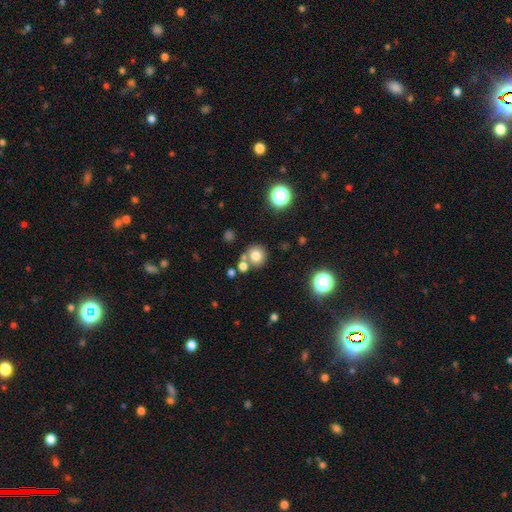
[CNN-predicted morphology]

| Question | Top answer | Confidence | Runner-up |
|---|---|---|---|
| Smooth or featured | smooth | 76% | star or artifact (15%) |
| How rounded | round | 91% | in between (8%) |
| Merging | none | 70% | merger (18%) |